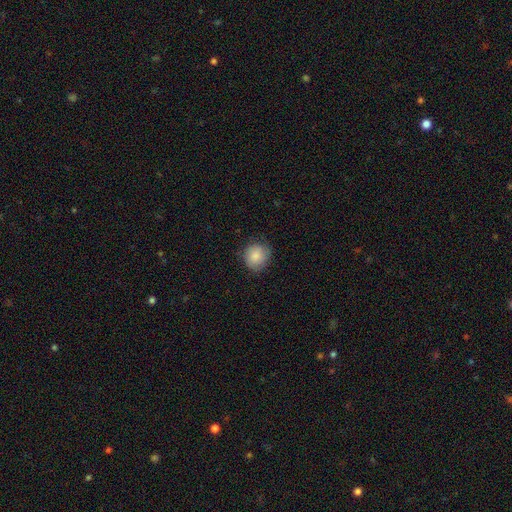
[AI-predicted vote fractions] Smooth or featured? Predicted: smooth (p=0.85). How rounded? Predicted: round (p=0.85). Merging? Predicted: none (p=0.78).